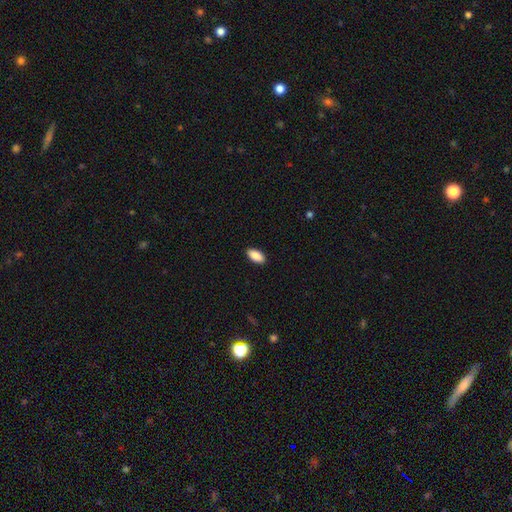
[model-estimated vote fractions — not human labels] Smooth or featured? smooth (90%)
How rounded? in between (93%)
Merging? none (90%)